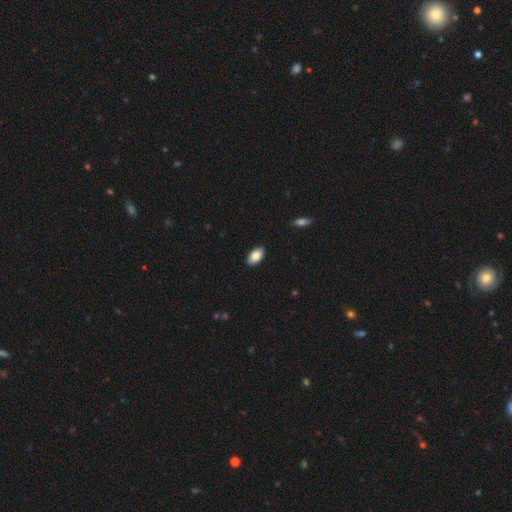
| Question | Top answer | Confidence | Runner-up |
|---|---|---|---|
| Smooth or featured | smooth | 90% | featured or disk (5%) |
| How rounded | in between | 94% | round (6%) |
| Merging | none | 89% | minor disturbance (11%) |